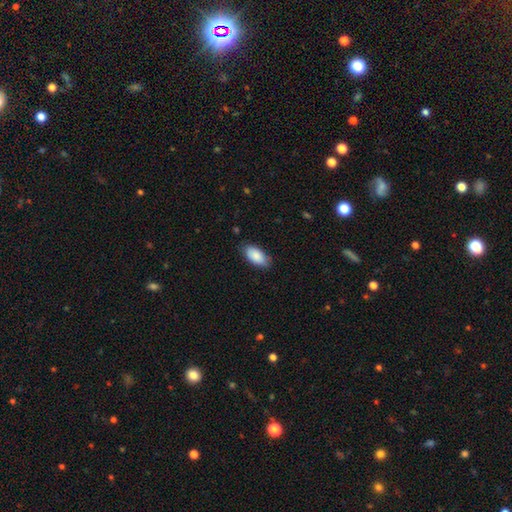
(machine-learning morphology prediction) Smooth or featured? smooth (87%)
How rounded? in between (93%)
Merging? none (82%)